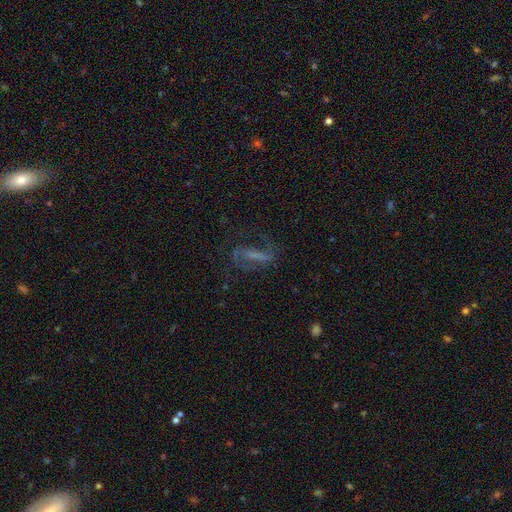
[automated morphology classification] Smooth or featured: featured or disk — 68% (smooth — 18%)
Edge-on disk: no — 88% (yes — 12%)
Bar: strong — 55% (weak — 28%)
Spiral arms: yes — 82% (no — 18%)
Bulge size: none — 50% (small — 29%)
Merging: none — 58% (major disturbance — 23%)